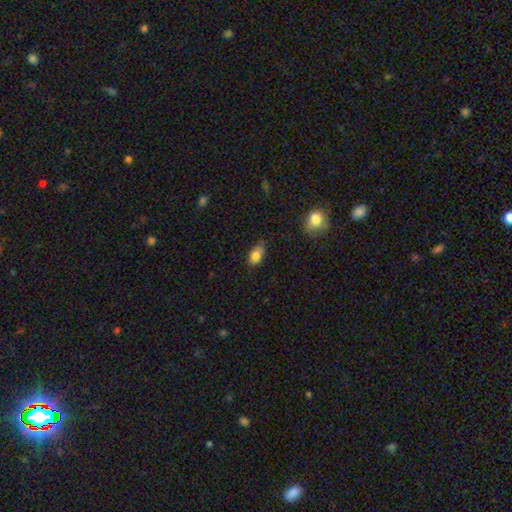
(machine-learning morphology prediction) smooth 81%, featured or disk 9%, star or artifact 9%. Down the decision tree: how rounded — in between (83%); merging — none (52%).